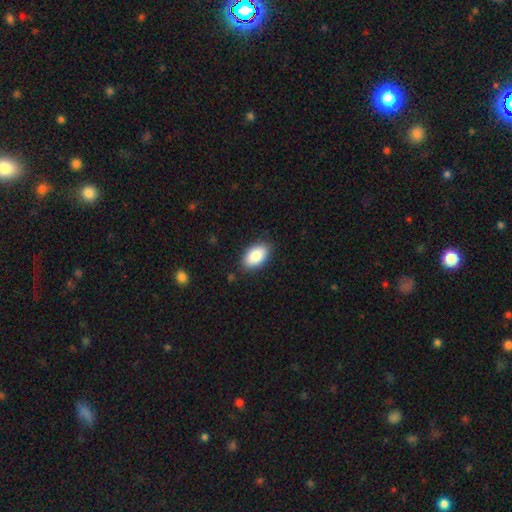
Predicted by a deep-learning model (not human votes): This appears to be a smooth galaxy with no disk features (88%) that is in between round and cigar-shaped (94%). Merging: none (86%).